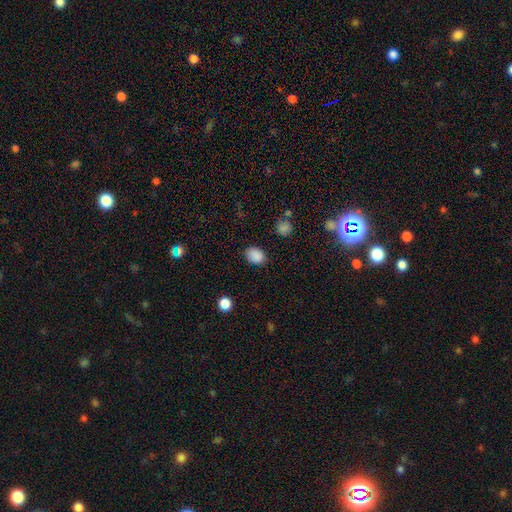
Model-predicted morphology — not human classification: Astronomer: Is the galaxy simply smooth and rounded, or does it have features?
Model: smooth — 86%.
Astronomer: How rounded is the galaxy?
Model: in between — 58% (runner-up: round, 41%).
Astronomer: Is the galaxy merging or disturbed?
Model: none — 83%.